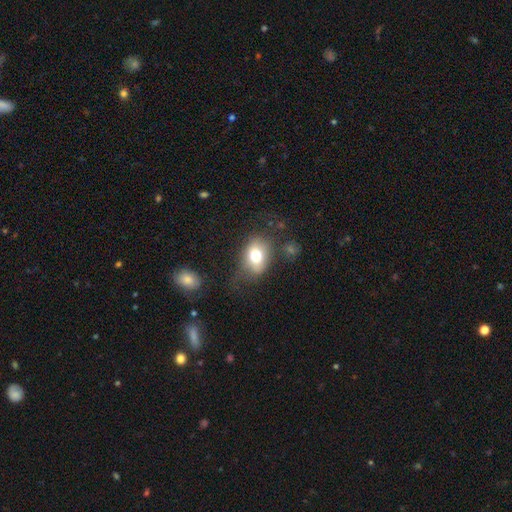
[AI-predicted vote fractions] Morphology: type=smooth (71%); roundness=in between (72%); merging=none (61%).